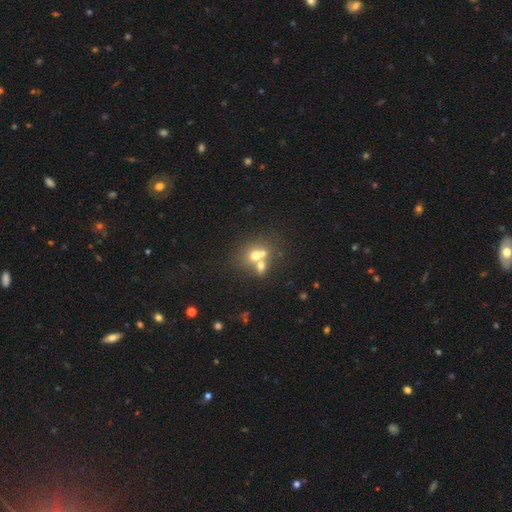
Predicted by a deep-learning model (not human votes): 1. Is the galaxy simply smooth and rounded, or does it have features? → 59% smooth, 26% featured or disk, 15% star or artifact.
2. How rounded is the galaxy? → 64% round, 34% in between, 1% cigar-shaped.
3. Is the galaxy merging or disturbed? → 58% merger, 31% none, 7% minor disturbance, 4% major disturbance.